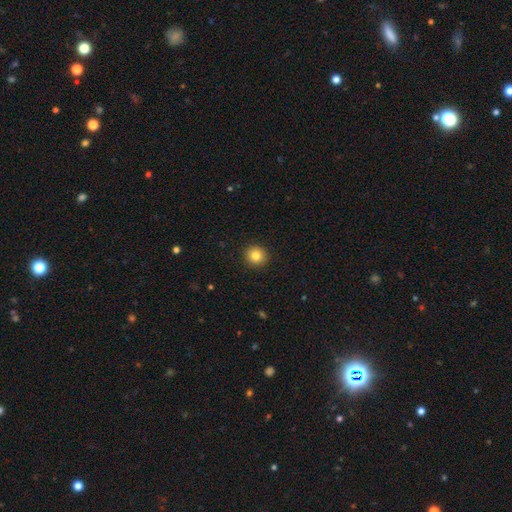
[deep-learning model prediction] smooth 82%, star or artifact 11%, featured or disk 7%. Down the decision tree: how rounded — round (94%); merging — none (92%).